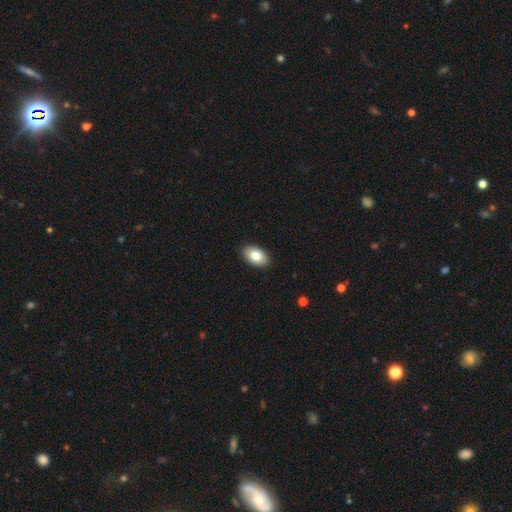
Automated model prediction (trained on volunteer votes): Smooth or featured? smooth (81%)
How rounded? in between (92%)
Merging? none (91%)